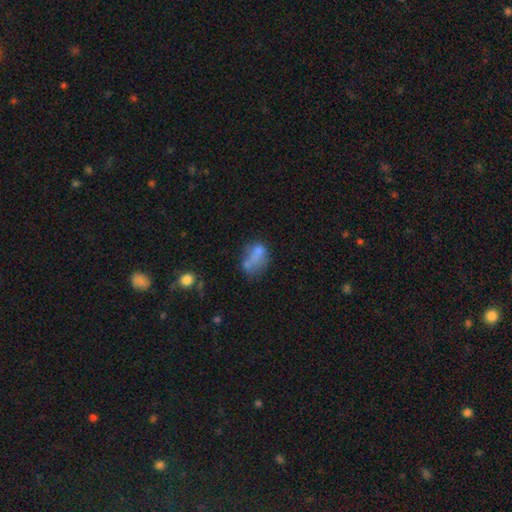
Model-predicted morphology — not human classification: smooth 61%, featured or disk 26%, star or artifact 13%. Down the decision tree: how rounded — in between (75%); merging — merger (35%).